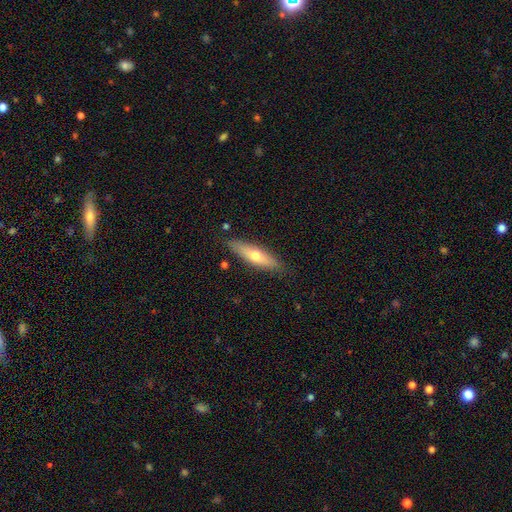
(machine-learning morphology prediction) This appears to be a smooth galaxy with no disk features (56%) that is cigar-shaped (66%). Merging: none (85%).